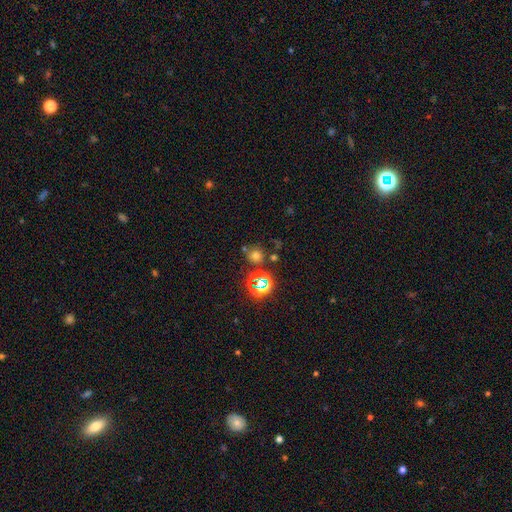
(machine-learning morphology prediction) This appears to be a smooth galaxy with no disk features (62%) that is round (87%). Merging: none (72%).